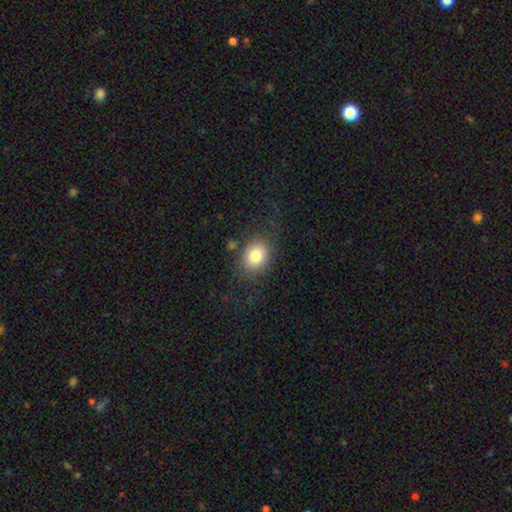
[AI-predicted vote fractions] smooth-or-featured: smooth: 79% | featured or disk: 11% | star or artifact: 9%
  how-rounded: in between: 51% | round: 48% | cigar-shaped: 1%
  merging: none: 74% | minor disturbance: 14% | major disturbance: 9% | merger: 3%